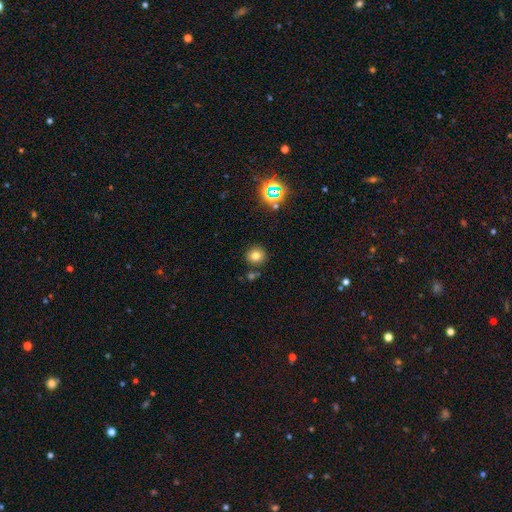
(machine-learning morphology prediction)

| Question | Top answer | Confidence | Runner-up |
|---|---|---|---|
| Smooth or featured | smooth | 75% | star or artifact (17%) |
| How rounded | round | 92% | in between (7%) |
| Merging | none | 84% | minor disturbance (7%) |